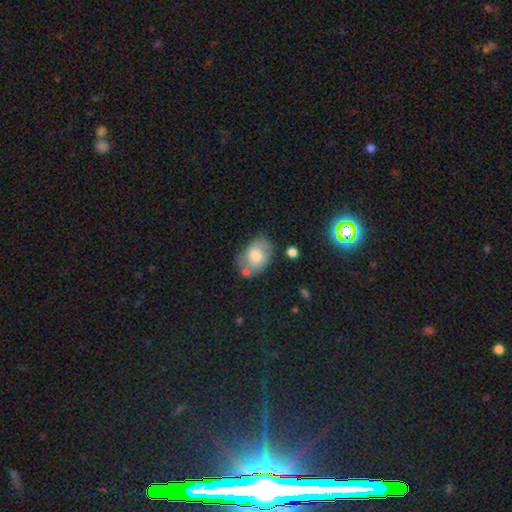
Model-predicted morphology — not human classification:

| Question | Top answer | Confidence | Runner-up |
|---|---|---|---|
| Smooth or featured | smooth | 69% | featured or disk (24%) |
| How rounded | in between | 81% | round (18%) |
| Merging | none | 58% | minor disturbance (24%) |